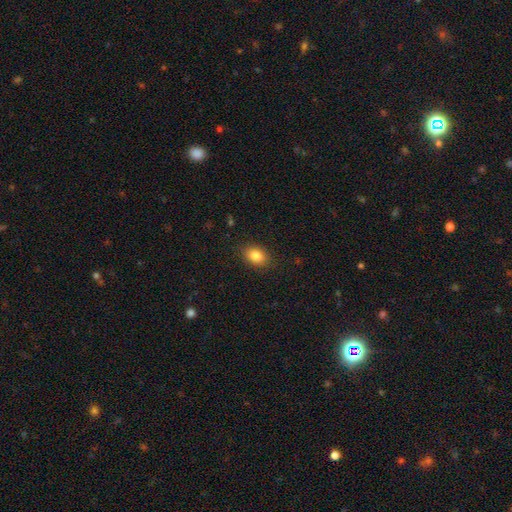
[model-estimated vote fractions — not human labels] Smooth or featured?
  - smooth: 85% *
  - star or artifact: 9%
  - featured or disk: 6%
How rounded?
  - in between: 68% *
  - round: 30%
  - cigar-shaped: 1%
Merging?
  - none: 87% *
  - minor disturbance: 9%
  - major disturbance: 2%
  - merger: 1%